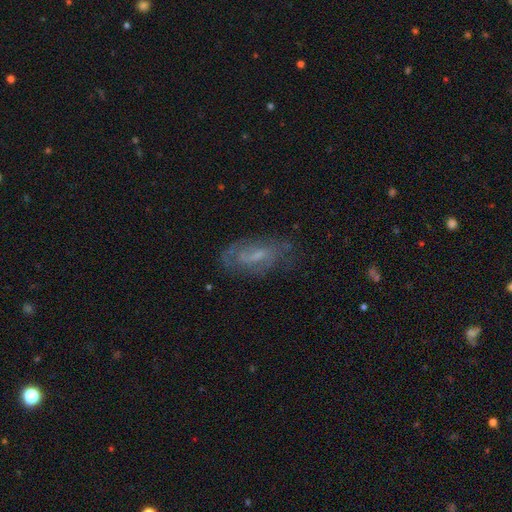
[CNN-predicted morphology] A featured or disk galaxy (66%) with a weak bar (52%), spiral arms (80%) and a small central bulge (45%).

Vote fractions:
- Smooth or featured? featured or disk: 66% / smooth: 25% / star or artifact: 10%
- Edge-on disk? no: 91% / yes: 9%
- Bar? weak: 52% / no: 31% / strong: 17%
- Spiral arms? yes: 80% / no: 20%
- Bulge size? small: 45% / moderate: 27% / none: 24% / large: 3% / dominant: 1%
- Merging? none: 63% / minor disturbance: 22% / major disturbance: 13% / merger: 2%